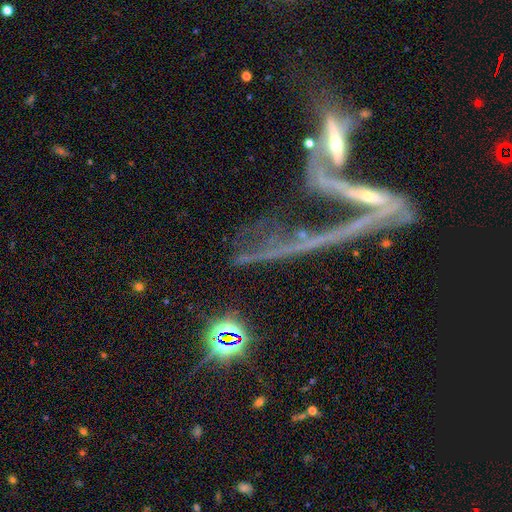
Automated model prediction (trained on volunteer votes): This appears to be a featured or disk galaxy (54%). Merging: merger (33%).